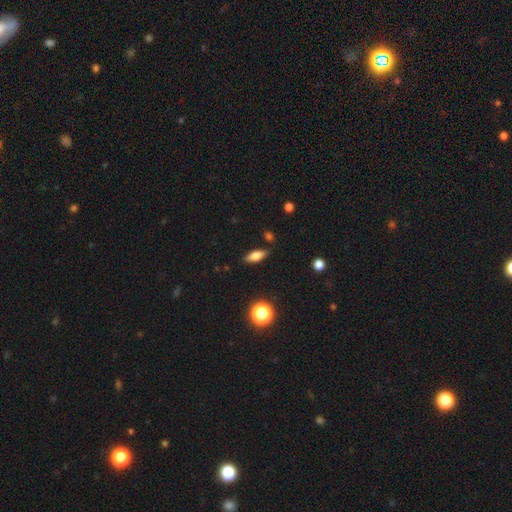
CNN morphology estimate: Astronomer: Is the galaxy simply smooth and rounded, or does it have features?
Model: smooth — 69%.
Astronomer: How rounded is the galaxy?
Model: in between — 66%.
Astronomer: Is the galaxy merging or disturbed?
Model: none — 85%.